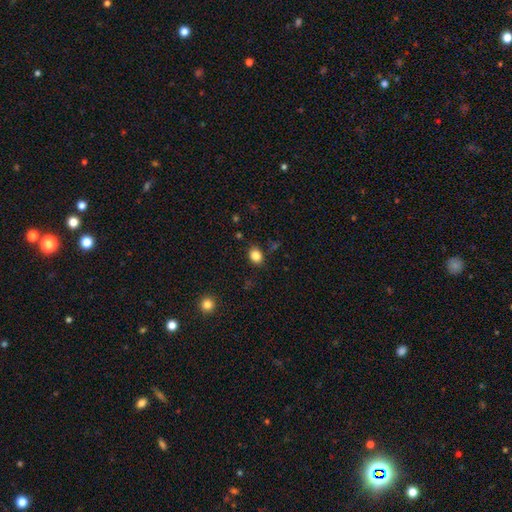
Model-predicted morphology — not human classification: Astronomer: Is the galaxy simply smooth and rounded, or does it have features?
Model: smooth — 84%.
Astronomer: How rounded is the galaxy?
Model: in between — 60% (runner-up: round, 39%).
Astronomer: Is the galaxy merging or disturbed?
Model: none — 82%.